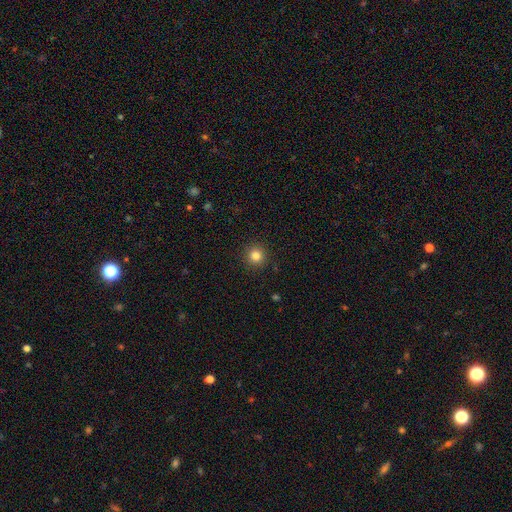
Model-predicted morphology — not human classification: type=smooth (83%); roundness=round (94%); merging=none (92%).